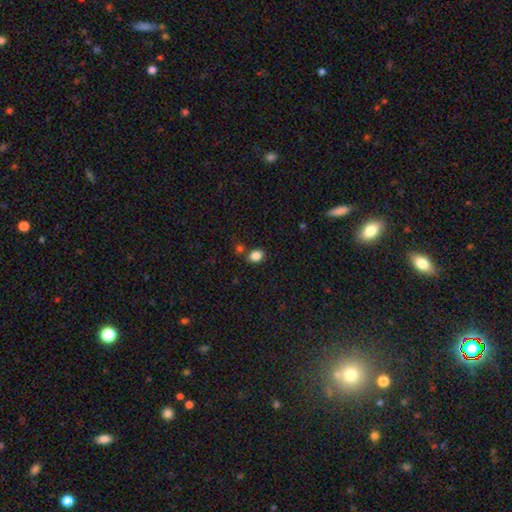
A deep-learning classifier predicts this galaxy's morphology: type=smooth (86%); roundness=in between (60%); merging=none (75%).